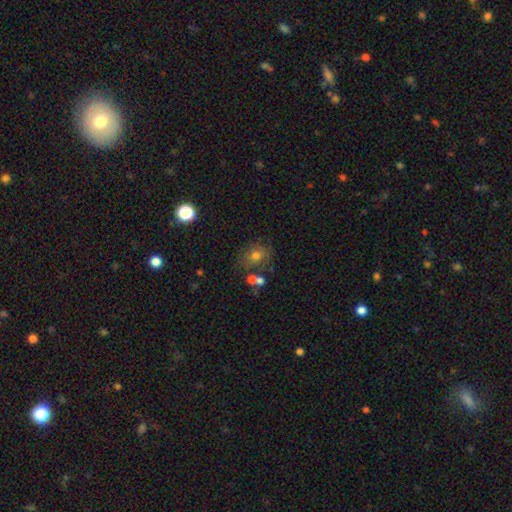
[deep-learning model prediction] Morphology: type=smooth (64%); roundness=round (64%); merging=none (53%).